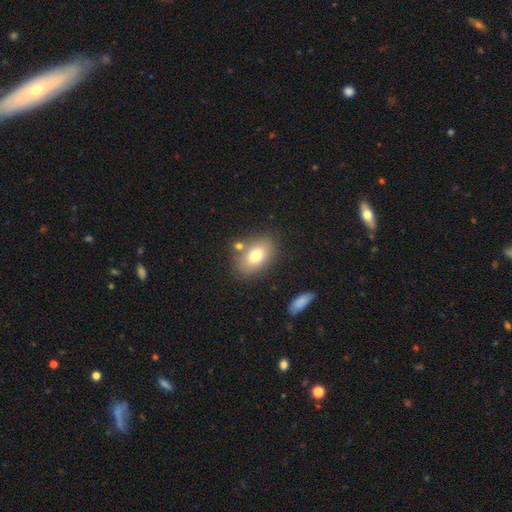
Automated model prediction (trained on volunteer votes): Morphology: type=smooth (74%); roundness=in between (83%); merging=none (76%).